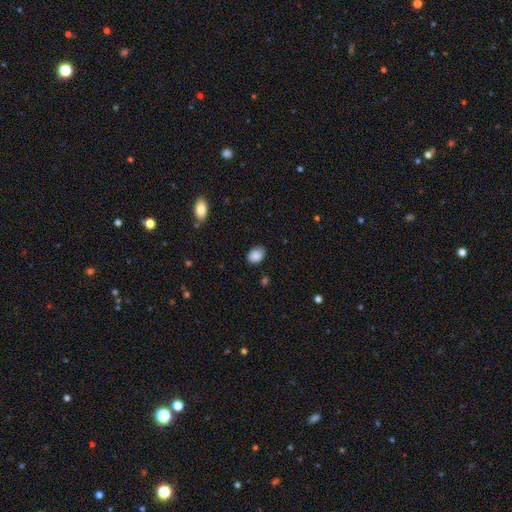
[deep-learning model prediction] Morphology: type=smooth (88%); roundness=in between (70%); merging=none (80%).